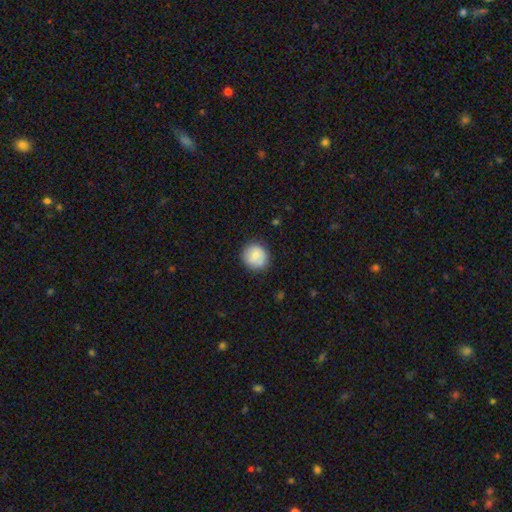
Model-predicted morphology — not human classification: Overall: smooth (76%). How rounded: round (91%). Merging: none (83%).